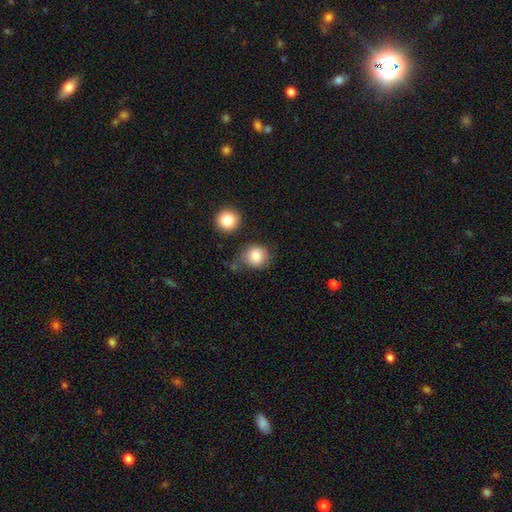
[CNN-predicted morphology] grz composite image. It shows a smooth galaxy with no disk features (83%) that is round (87%). Merging: none (68%).